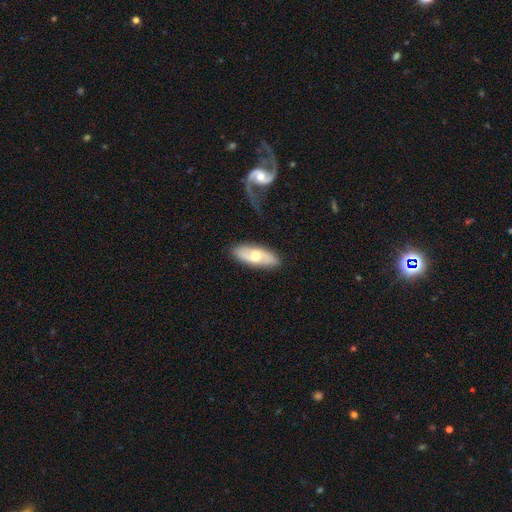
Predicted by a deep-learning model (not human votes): smooth_or_featured: featured or disk (p=0.51) [alt: smooth p=0.44]
disk_edge_on: no (p=0.80) [alt: yes p=0.20]
merging: none (p=0.80) [alt: minor disturbance p=0.14]